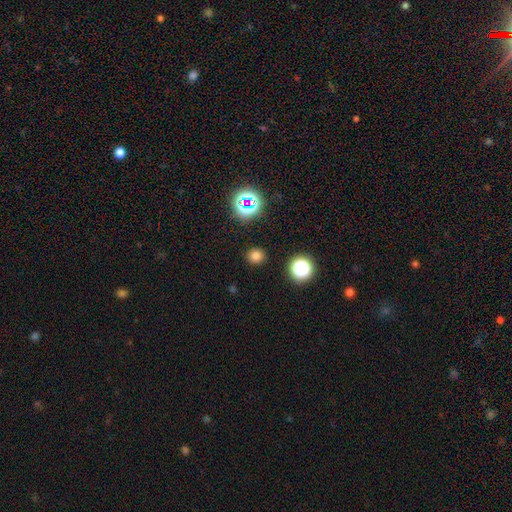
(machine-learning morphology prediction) A smooth galaxy with no disk features (75%) that is round (89%).

Vote fractions:
- Smooth or featured? smooth: 75% / star or artifact: 21% / featured or disk: 4%
- How rounded? round: 89% / in between: 10% / cigar-shaped: 1%
- Merging? none: 90% / minor disturbance: 6% / major disturbance: 2% / merger: 2%